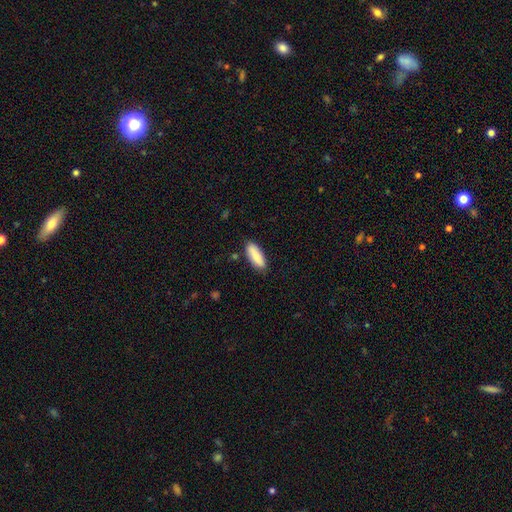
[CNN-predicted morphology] Overall: smooth (86%). How rounded: in between (55%; cigar-shaped 43%). Merging: none (82%).